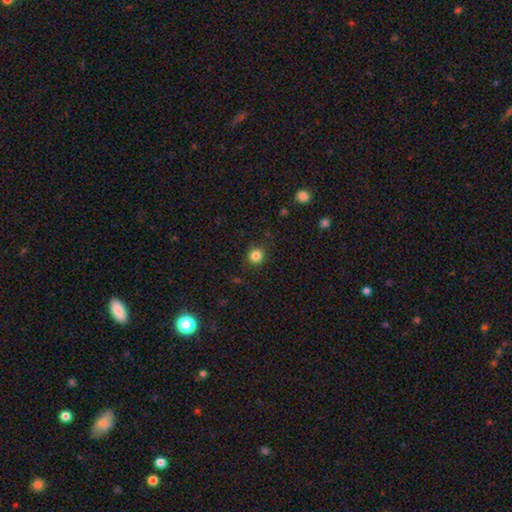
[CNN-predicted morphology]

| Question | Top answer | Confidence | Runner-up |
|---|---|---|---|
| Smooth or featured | smooth | 84% | star or artifact (12%) |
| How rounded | round | 87% | in between (12%) |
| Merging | none | 89% | minor disturbance (8%) |